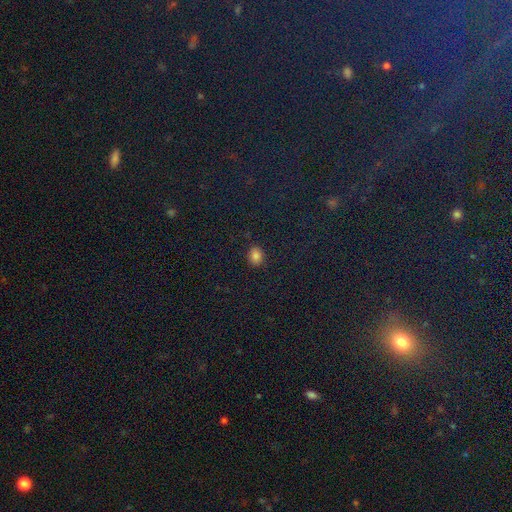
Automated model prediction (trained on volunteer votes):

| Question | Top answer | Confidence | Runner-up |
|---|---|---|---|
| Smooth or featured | smooth | 83% | star or artifact (13%) |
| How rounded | in between | 52% | round (47%) |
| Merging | none | 86% | minor disturbance (10%) |